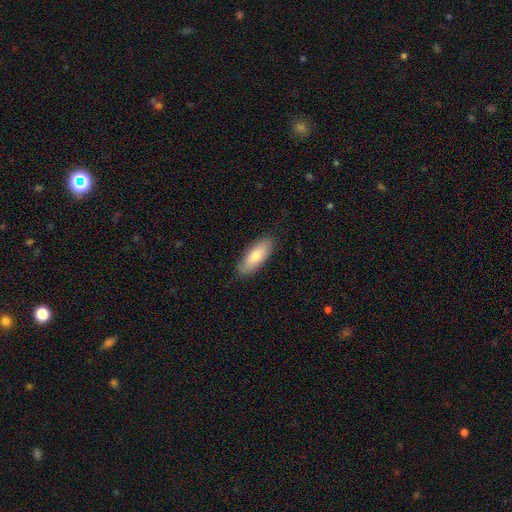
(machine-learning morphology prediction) A smooth galaxy with no disk features (75%) that is in between round and cigar-shaped (74%). Merging: none (85%).